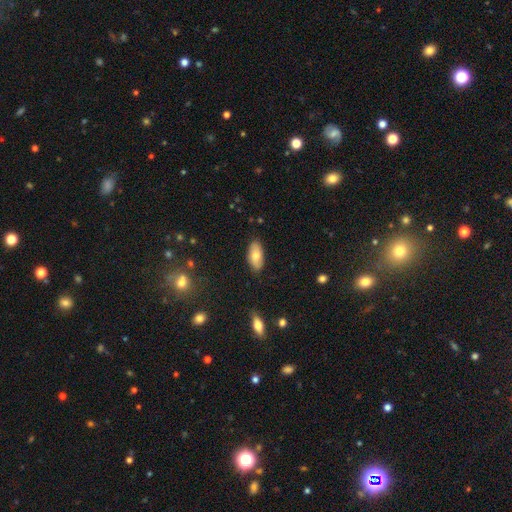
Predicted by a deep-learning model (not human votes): This appears to be a smooth galaxy with no disk features (75%) that is in between round and cigar-shaped (91%). Merging: none (85%).